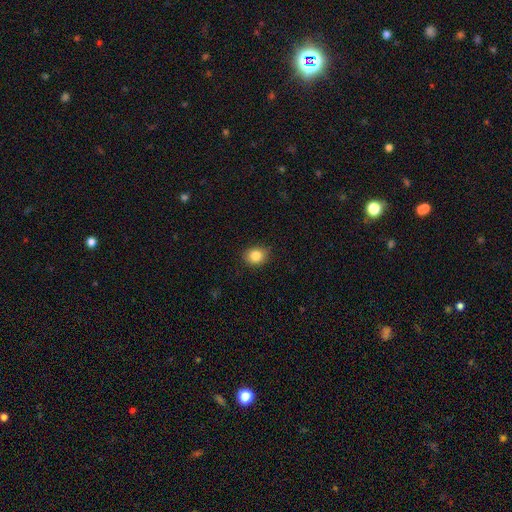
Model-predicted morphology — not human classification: Smooth or featured?
  - smooth: 84% *
  - star or artifact: 10%
  - featured or disk: 6%
How rounded?
  - round: 61% *
  - in between: 38%
  - cigar-shaped: 1%
Merging?
  - none: 84% *
  - minor disturbance: 12%
  - major disturbance: 2%
  - merger: 1%